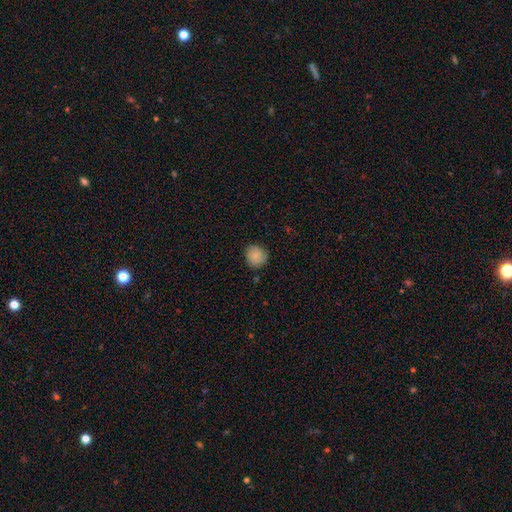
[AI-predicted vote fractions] This is clearly a smooth galaxy (83%). How rounded: clearly round (88%). Merging: clearly none (81%).